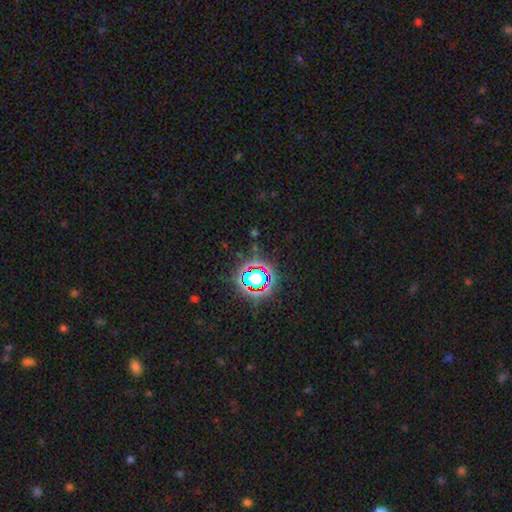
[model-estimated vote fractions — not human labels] Smooth or featured: star or artifact — 79% (smooth — 13%)